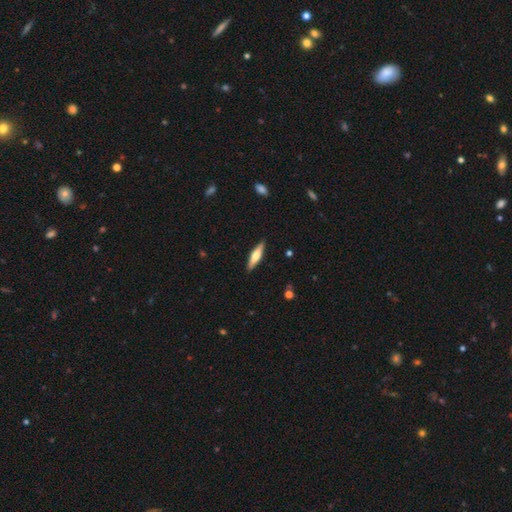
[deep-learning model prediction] Overall: smooth (48%; featured or disk 47%). Merging: none (90%).